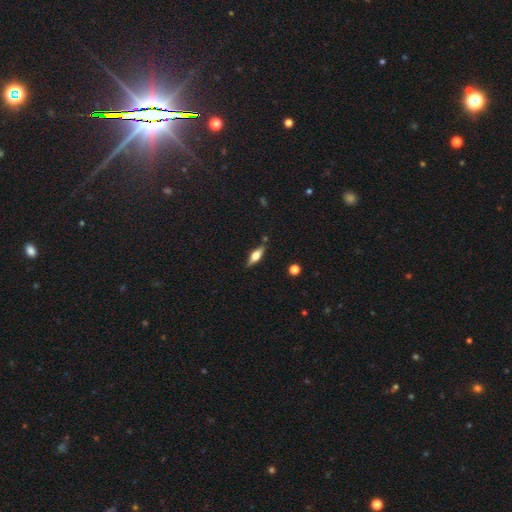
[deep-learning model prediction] This is possibly a featured or disk galaxy (49%). Merging: clearly none (85%).